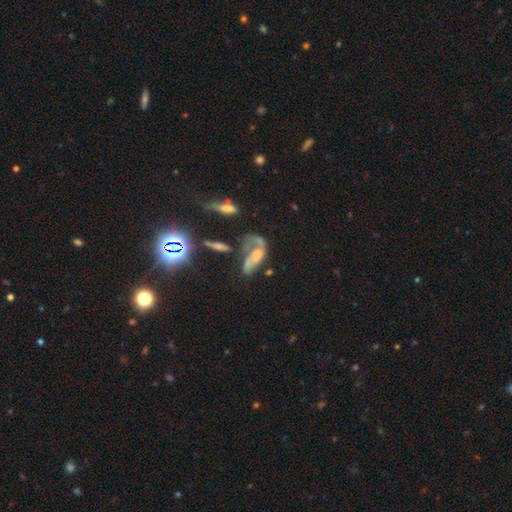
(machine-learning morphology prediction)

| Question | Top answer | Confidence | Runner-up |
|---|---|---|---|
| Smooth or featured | featured or disk | 61% | smooth (27%) |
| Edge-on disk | no | 91% | yes (9%) |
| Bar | no | 64% | weak (26%) |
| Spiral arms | yes | 70% | no (30%) |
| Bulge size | moderate | 34% | small (25%) |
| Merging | major disturbance | 39% | none (23%) |